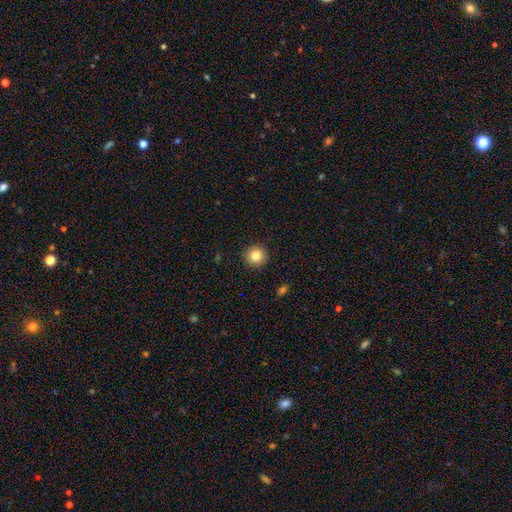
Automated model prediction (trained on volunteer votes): This appears to be a smooth galaxy with no disk features (84%) that is round (95%). Merging: none (92%).